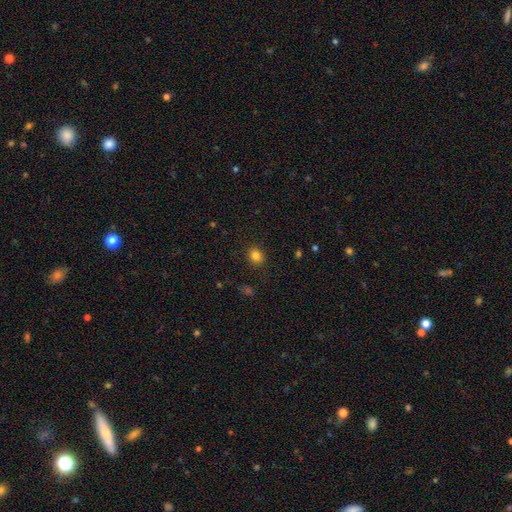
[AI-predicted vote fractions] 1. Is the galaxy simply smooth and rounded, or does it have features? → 82% smooth, 12% star or artifact, 6% featured or disk.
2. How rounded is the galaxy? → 59% round, 40% in between, 1% cigar-shaped.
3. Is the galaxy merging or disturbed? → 88% none, 8% minor disturbance, 3% major disturbance, 1% merger.